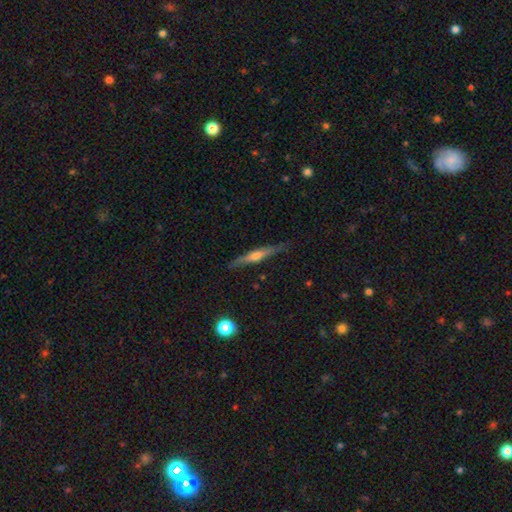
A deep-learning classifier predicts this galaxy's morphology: The model was most divided on "smooth or featured": featured or disk: 63%, smooth: 31%, star or artifact: 6%. More confident: edge-on disk — yes (96%); merging — none (83%); edge-on bulge — rounded (75%).